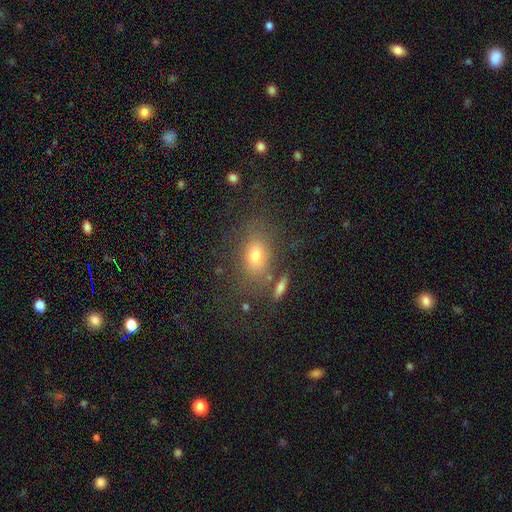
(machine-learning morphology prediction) This is likely a smooth galaxy (69%). How rounded: likely in between (77%). Merging: likely none (68%).